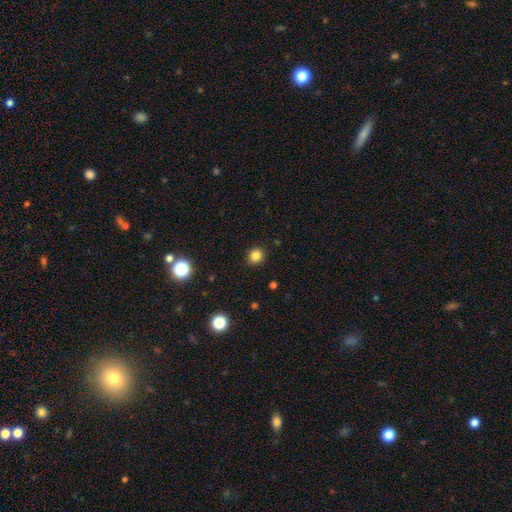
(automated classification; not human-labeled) smooth-or-featured: smooth: 82% | star or artifact: 13% | featured or disk: 5%
  how-rounded: round: 88% | in between: 11% | cigar-shaped: 1%
  merging: none: 91% | minor disturbance: 6% | major disturbance: 2% | merger: 1%